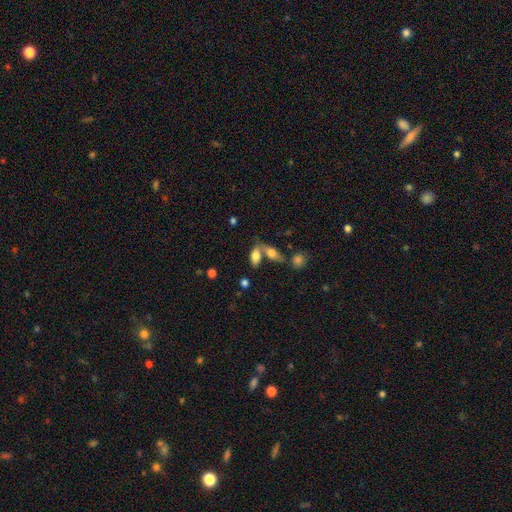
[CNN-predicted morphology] Q: Smooth or featured?
A: smooth (76%); runner-up: featured or disk (16%)
Q: How rounded?
A: in between (86%); runner-up: cigar-shaped (9%)
Q: Merging?
A: none (44%); runner-up: merger (42%)